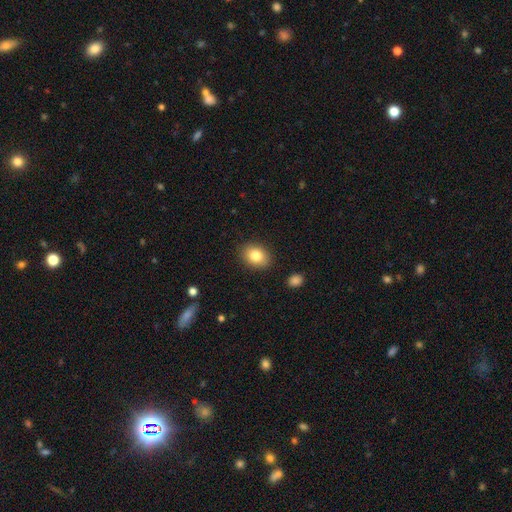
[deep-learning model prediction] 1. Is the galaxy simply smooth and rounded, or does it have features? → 83% smooth, 8% star or artifact, 8% featured or disk.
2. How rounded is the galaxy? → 65% in between, 34% round, 1% cigar-shaped.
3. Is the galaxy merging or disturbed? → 87% none, 9% minor disturbance, 2% major disturbance, 1% merger.